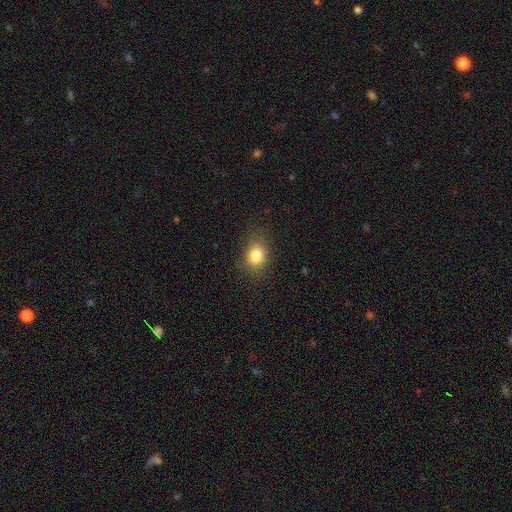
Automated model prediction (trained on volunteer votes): Morphology: type=smooth (81%); roundness=in between (53%); merging=none (80%).